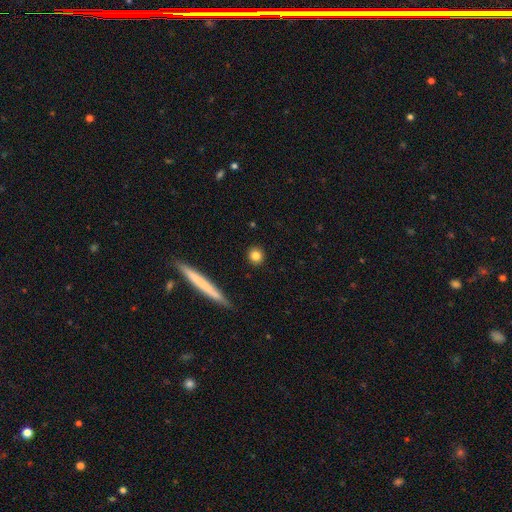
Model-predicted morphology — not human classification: Smooth or featured: smooth — 82% (star or artifact — 9%)
How rounded: round — 88% (in between — 8%)
Merging: none — 90% (minor disturbance — 6%)